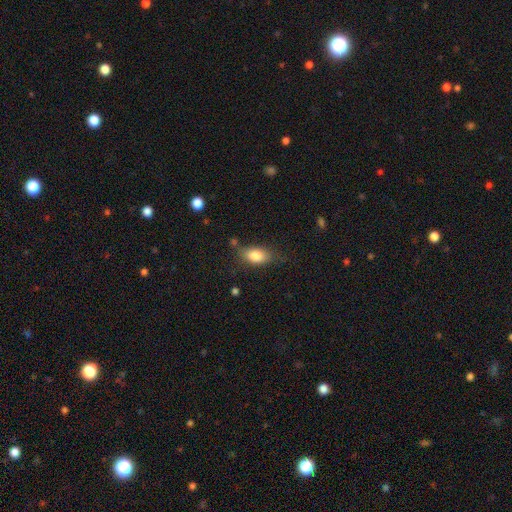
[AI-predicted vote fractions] Smooth or featured? smooth (81%)
How rounded? in between (86%)
Merging? none (70%)